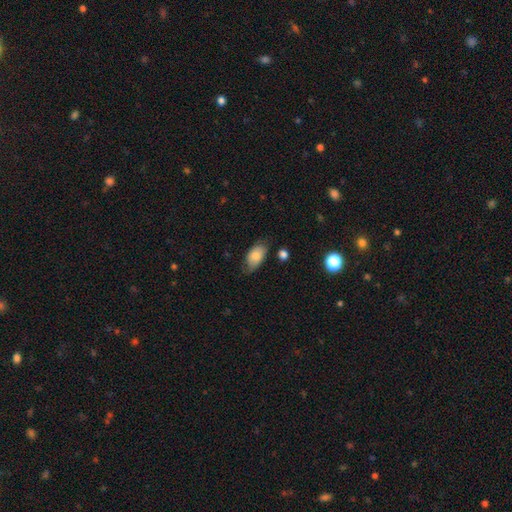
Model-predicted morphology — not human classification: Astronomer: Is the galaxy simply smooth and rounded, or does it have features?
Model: smooth — 76%.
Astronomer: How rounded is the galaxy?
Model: in between — 92%.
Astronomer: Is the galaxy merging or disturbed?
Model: none — 64%.